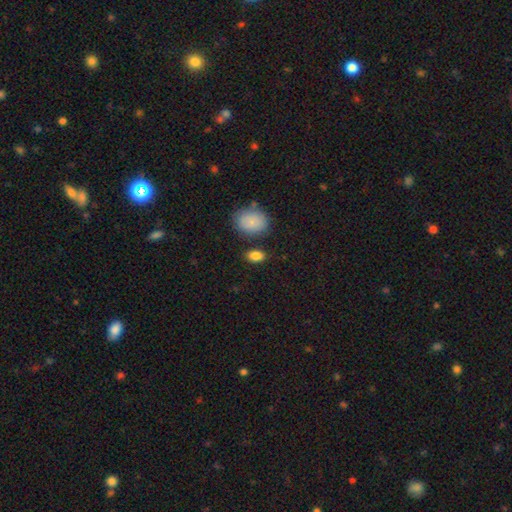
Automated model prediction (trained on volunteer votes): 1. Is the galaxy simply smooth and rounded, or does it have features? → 86% smooth, 9% star or artifact, 5% featured or disk.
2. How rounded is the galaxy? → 85% in between, 13% round, 2% cigar-shaped.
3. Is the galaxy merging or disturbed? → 79% none, 12% minor disturbance, 6% merger, 3% major disturbance.